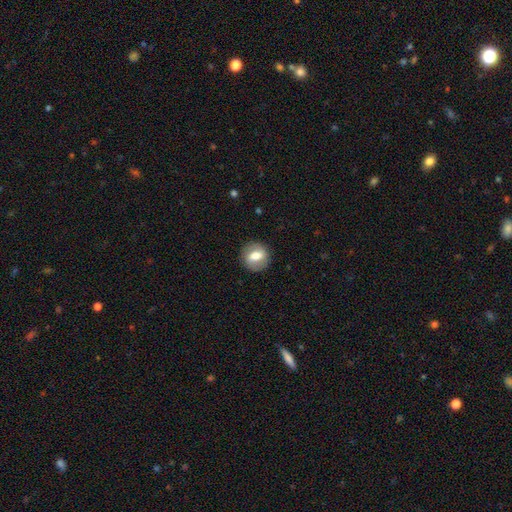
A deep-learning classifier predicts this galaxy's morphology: Smooth or featured? smooth (55%)
How rounded? round (76%)
Merging? none (86%)